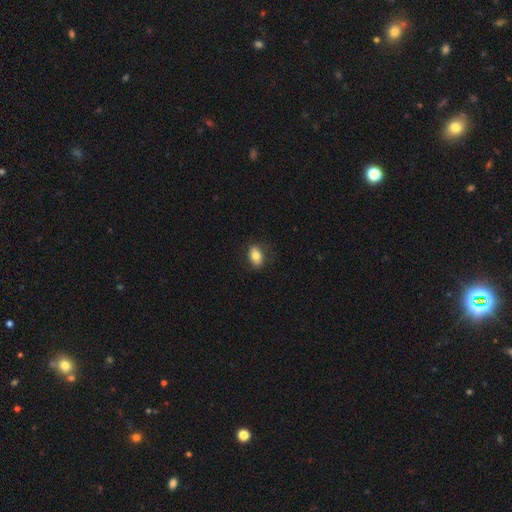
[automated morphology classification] Q: Smooth or featured?
A: smooth (80%); runner-up: featured or disk (12%)
Q: How rounded?
A: in between (84%); runner-up: round (14%)
Q: Merging?
A: none (84%); runner-up: minor disturbance (12%)